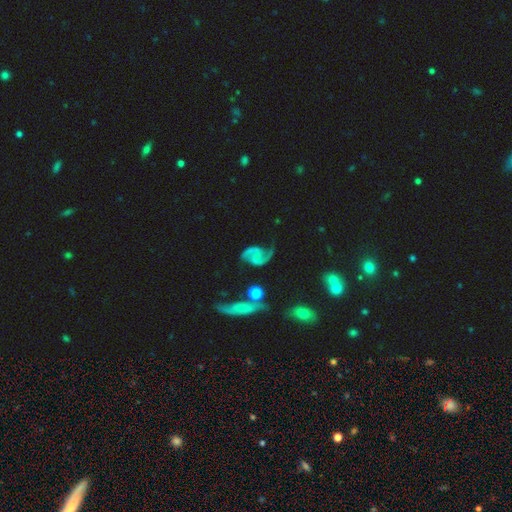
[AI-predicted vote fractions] Smooth or featured: featured or disk — 84% (smooth — 9%)
Edge-on disk: no — 97% (yes — 3%)
Bar: no — 62% (weak — 29%)
Spiral arms: yes — 96% (no — 4%)
Spiral winding: loose — 46% (medium — 42%)
Spiral arm count: 2 — 91% (1 — 3%)
Bulge size: none — 65% (small — 23%)
Merging: none — 59% (minor disturbance — 22%)